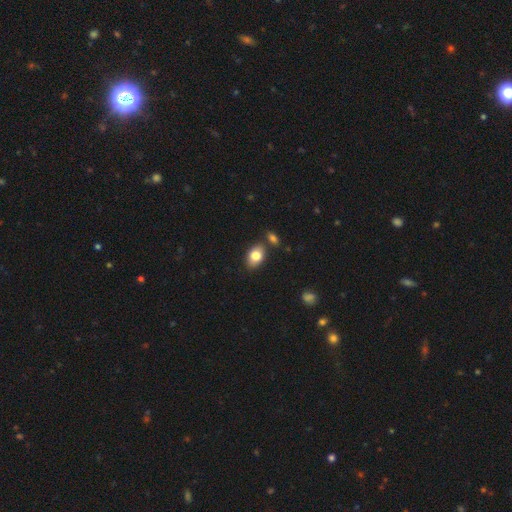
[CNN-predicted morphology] Overall: smooth (82%). How rounded: in between (82%). Merging: none (74%).